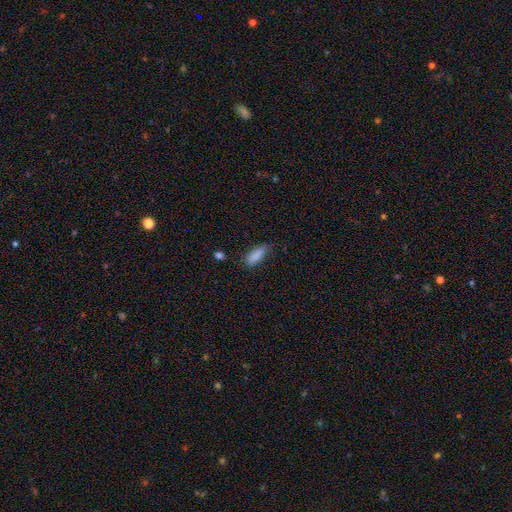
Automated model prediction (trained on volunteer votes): This appears to be a smooth galaxy with no disk features (86%) that is in between round and cigar-shaped (63%). Merging: none (68%).